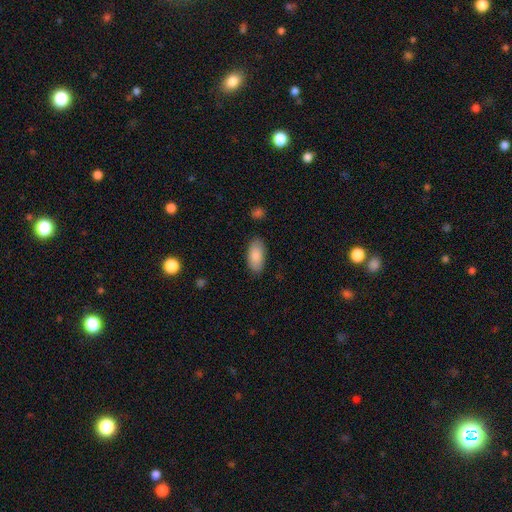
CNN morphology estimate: This appears to be a smooth galaxy with no disk features (87%) that is in between round and cigar-shaped (93%). Merging: none (85%).